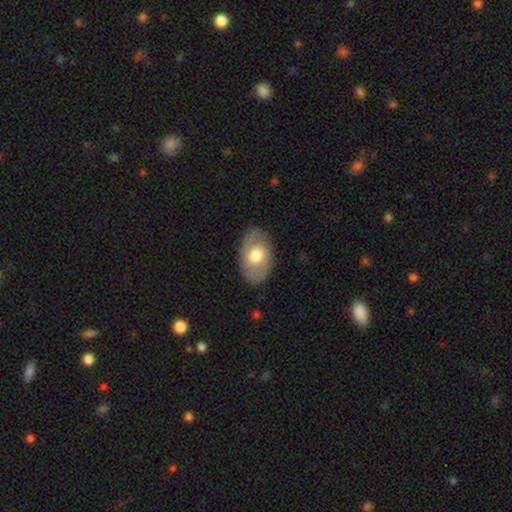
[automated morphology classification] Smooth or featured?
  - smooth: 54% *
  - featured or disk: 40%
  - star or artifact: 6%
How rounded?
  - in between: 88% *
  - round: 11%
  - cigar-shaped: 1%
Merging?
  - none: 83% *
  - minor disturbance: 12%
  - major disturbance: 4%
  - merger: 1%